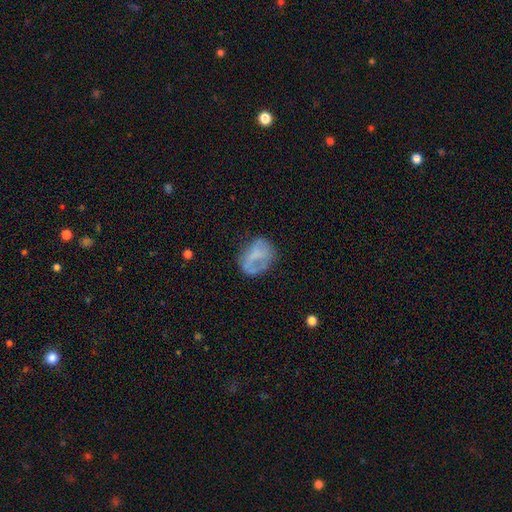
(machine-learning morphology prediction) This appears to be a smooth galaxy with no disk features (51%) that is in between round and cigar-shaped (59%). Merging: none (48%).